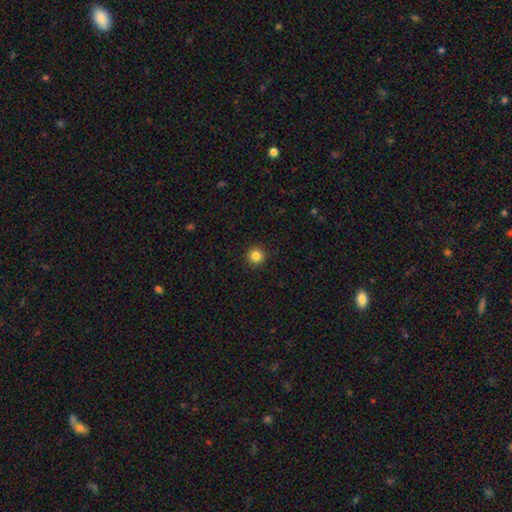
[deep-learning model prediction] Smooth or featured? smooth (84%)
How rounded? round (95%)
Merging? none (92%)